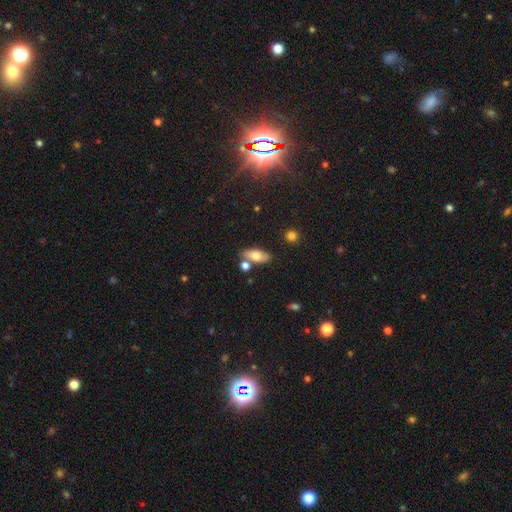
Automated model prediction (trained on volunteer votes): This appears to be a smooth galaxy with no disk features (72%) that is in between round and cigar-shaped (80%). Merging: none (69%).